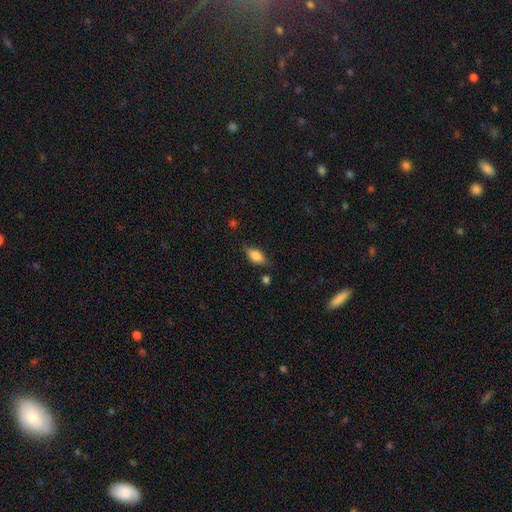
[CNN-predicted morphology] Smooth or featured? Predicted: smooth (p=0.66). How rounded? Predicted: in between (p=0.81). Merging? Predicted: none (p=0.75).